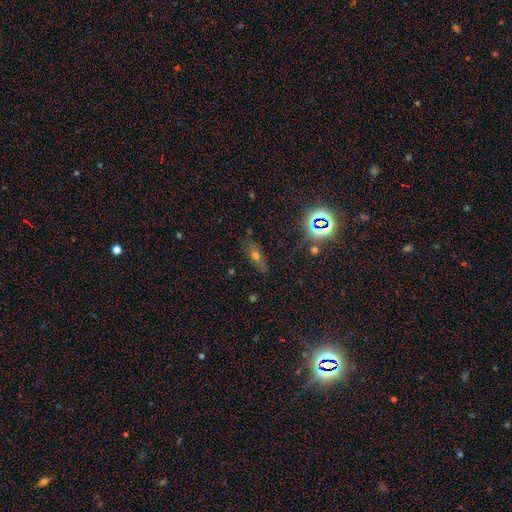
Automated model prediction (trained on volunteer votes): Smooth or featured: smooth — 45% (star or artifact — 28%)
Merging: none — 77% (minor disturbance — 15%)